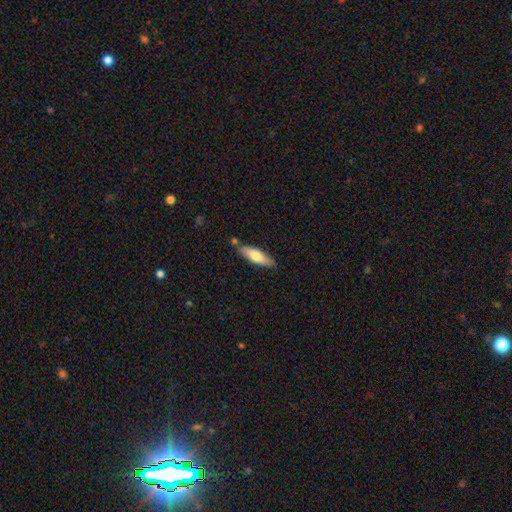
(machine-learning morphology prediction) smooth-or-featured: smooth: 65% | featured or disk: 30% | star or artifact: 6%
  how-rounded: cigar-shaped: 61% | in between: 38% | round: 2%
  merging: none: 78% | minor disturbance: 14% | merger: 5% | major disturbance: 2%